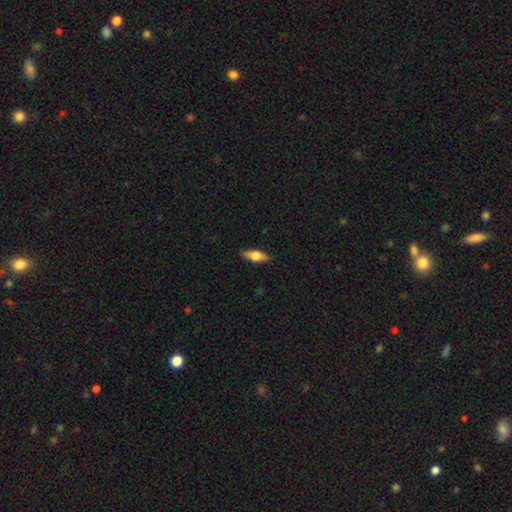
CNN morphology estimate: Overall: smooth (58%; featured or disk 36%). How rounded: in between (67%; cigar-shaped 29%). Merging: none (87%).